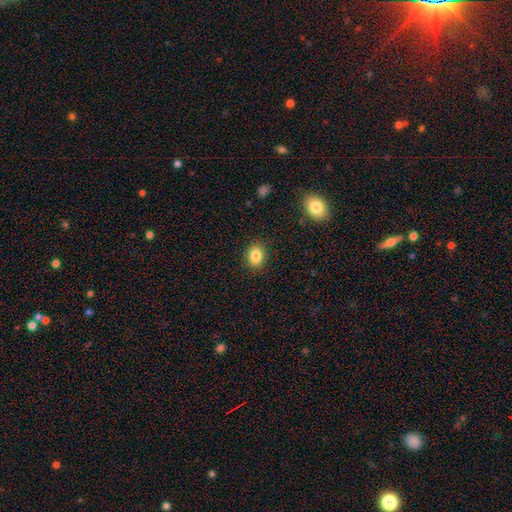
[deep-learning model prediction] Q: Smooth or featured?
A: smooth (84%); runner-up: star or artifact (10%)
Q: How rounded?
A: in between (54%); runner-up: round (45%)
Q: Merging?
A: none (88%); runner-up: minor disturbance (9%)